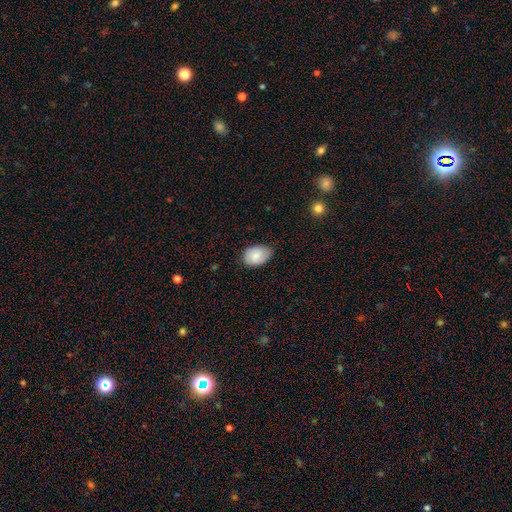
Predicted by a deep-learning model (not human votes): smooth_or_featured: smooth (p=0.82) [alt: featured or disk p=0.12]
how_rounded: in between (p=0.81) [alt: round p=0.18]
merging: none (p=0.71) [alt: minor disturbance p=0.24]